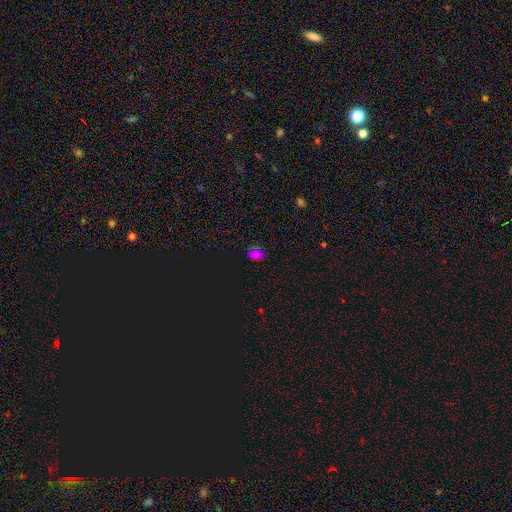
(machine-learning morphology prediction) Q: Smooth or featured?
A: smooth (67%); runner-up: star or artifact (28%)
Q: How rounded?
A: in between (61%); runner-up: round (38%)
Q: Merging?
A: none (76%); runner-up: minor disturbance (18%)